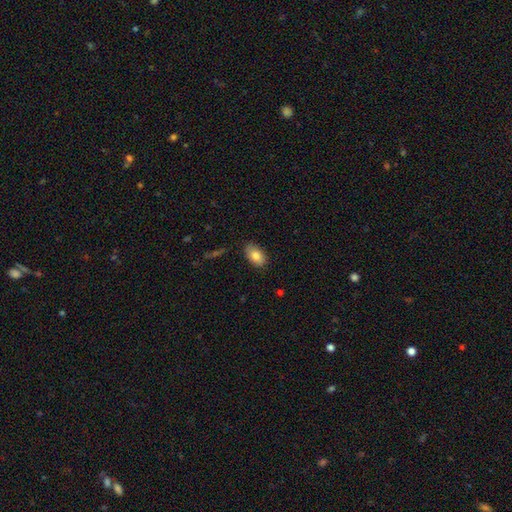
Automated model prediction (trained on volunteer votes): smooth 82%, featured or disk 11%, star or artifact 7%. Down the decision tree: how rounded — in between (92%); merging — none (84%).